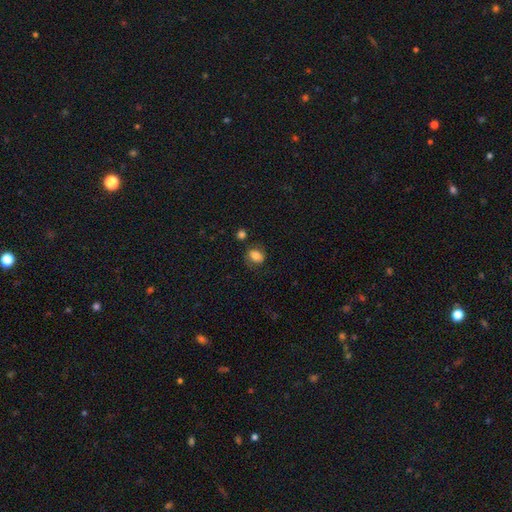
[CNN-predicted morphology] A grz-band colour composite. It shows a smooth galaxy with no disk features (77%) that is in between round and cigar-shaped (51%). Merging: none (69%).